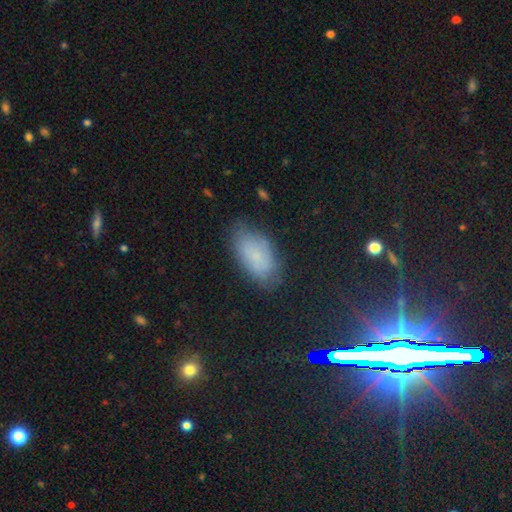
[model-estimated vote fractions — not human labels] Smooth or featured?
  - smooth: 65% *
  - star or artifact: 18%
  - featured or disk: 16%
How rounded?
  - in between: 93% *
  - round: 4%
  - cigar-shaped: 3%
Merging?
  - none: 73% *
  - minor disturbance: 20%
  - major disturbance: 5%
  - merger: 2%